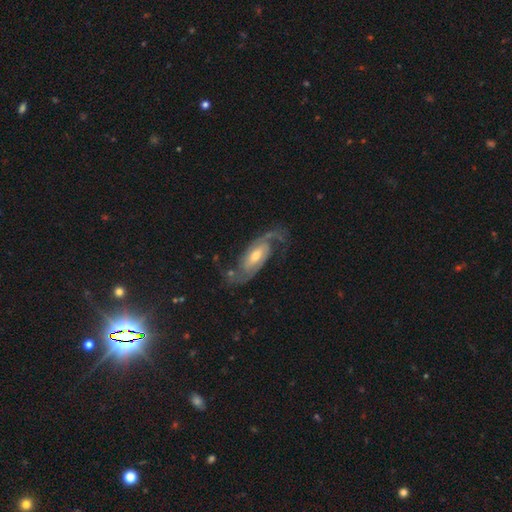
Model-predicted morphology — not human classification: Smooth or featured? featured or disk (88%)
Edge-on disk? no (95%)
Bar? weak (44%)
Spiral arms? yes (97%)
Spiral winding? medium (48%)
Spiral arm count? 2 (91%)
Bulge size? moderate (62%)
Merging? none (72%)